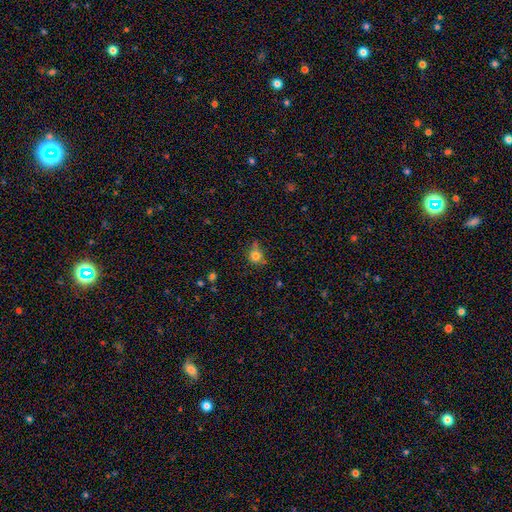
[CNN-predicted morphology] Smooth or featured? smooth (78%)
How rounded? round (84%)
Merging? none (59%)